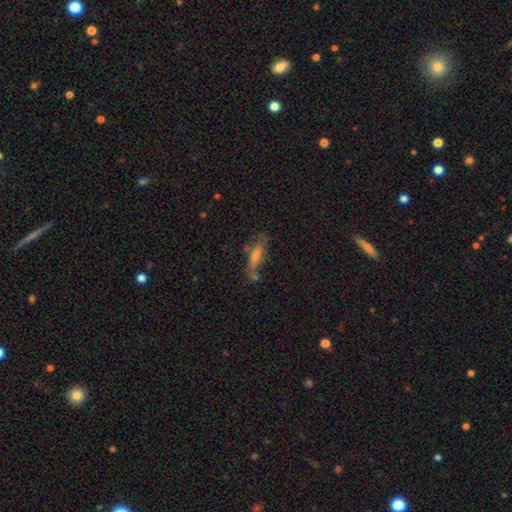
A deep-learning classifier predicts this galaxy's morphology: Q: Smooth or featured?
A: smooth (47%); runner-up: featured or disk (41%)
Q: Merging?
A: none (61%); runner-up: minor disturbance (21%)